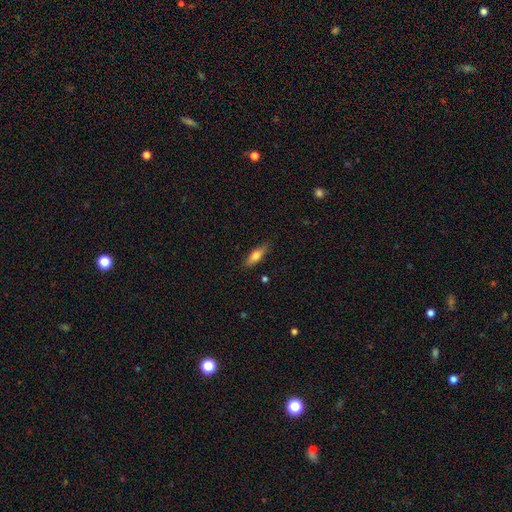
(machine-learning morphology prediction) This appears to be a smooth galaxy with no disk features (70%) that is in between round and cigar-shaped (53%). Merging: none (83%).